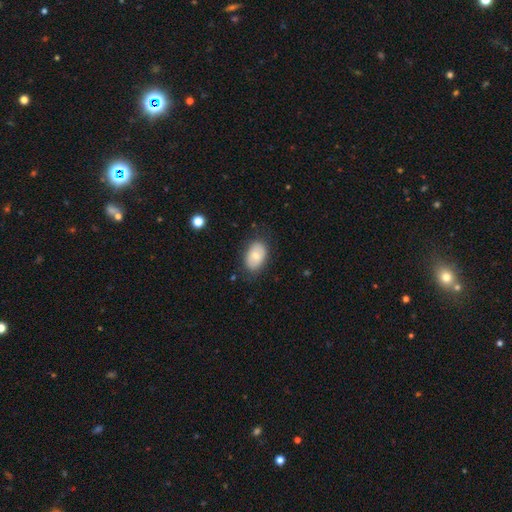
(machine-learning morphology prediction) smooth_or_featured: smooth (p=0.74) [alt: featured or disk p=0.19]
how_rounded: in between (p=0.88) [alt: round p=0.11]
merging: none (p=0.79) [alt: minor disturbance p=0.16]